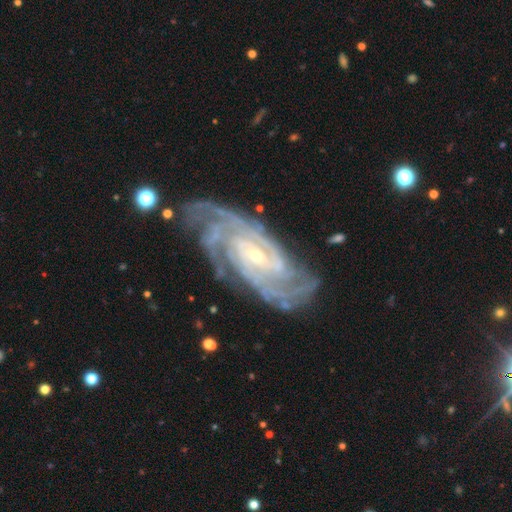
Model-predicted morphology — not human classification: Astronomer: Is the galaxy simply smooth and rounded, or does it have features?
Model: featured or disk — 92%.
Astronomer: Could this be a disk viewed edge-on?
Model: no — 96%.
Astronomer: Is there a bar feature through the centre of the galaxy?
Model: weak — 40% (runner-up: no, 38%).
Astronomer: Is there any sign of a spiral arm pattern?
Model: yes — 98%.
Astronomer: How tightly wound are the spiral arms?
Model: tight — 67%.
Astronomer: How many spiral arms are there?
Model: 4 — 29% (runner-up: 3, 21%).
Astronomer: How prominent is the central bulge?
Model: small — 77%.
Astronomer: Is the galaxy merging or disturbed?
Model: none — 75%.